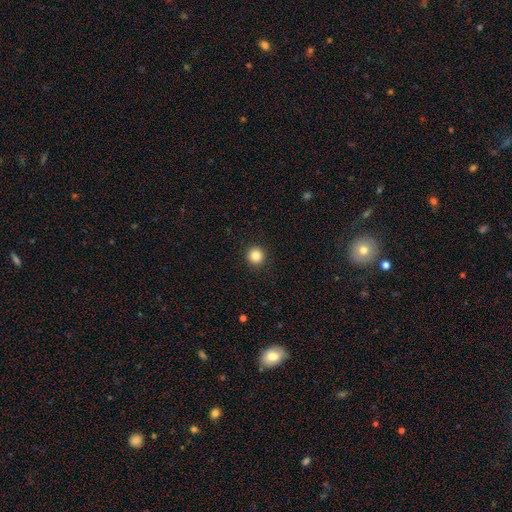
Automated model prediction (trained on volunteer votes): The model was most divided on "smooth or featured": smooth: 85%, star or artifact: 11%, featured or disk: 4%. More confident: how rounded — round (95%); merging — none (93%).